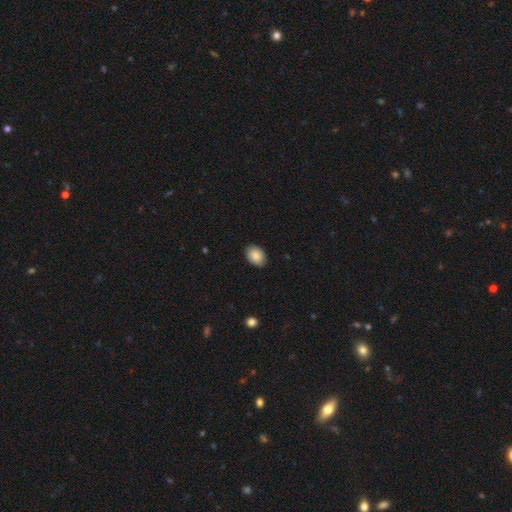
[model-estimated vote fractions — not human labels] smooth-or-featured: smooth: 87% | star or artifact: 7% | featured or disk: 6%
  how-rounded: in between: 74% | round: 25% | cigar-shaped: 1%
  merging: none: 87% | minor disturbance: 10% | major disturbance: 2% | merger: 1%